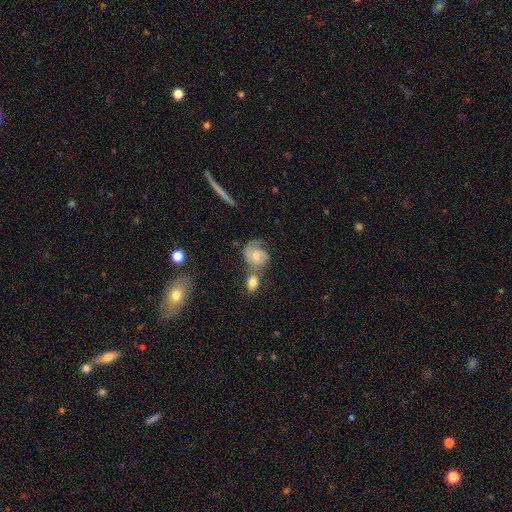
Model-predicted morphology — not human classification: featured or disk 65%, smooth 27%, star or artifact 7%. Down the decision tree: edge-on disk — no (97%); bar — no (60%); spiral arms — yes (90%); spiral arm count — 2 (51%); spiral winding — medium (43%); bulge size — moderate (50%); merging — none (36%).